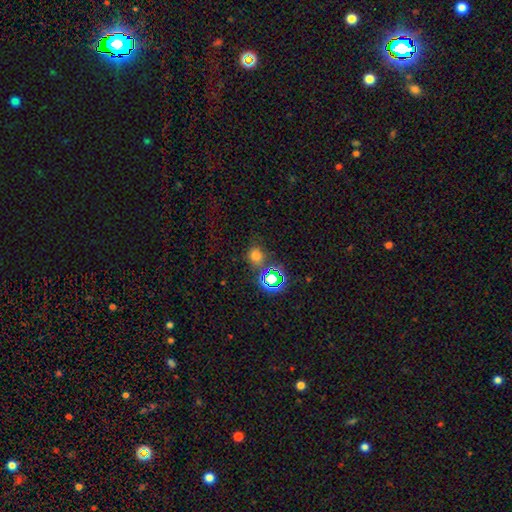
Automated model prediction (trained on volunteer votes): This appears to be a smooth galaxy with no disk features (63%) that is round (78%). Merging: none (73%).